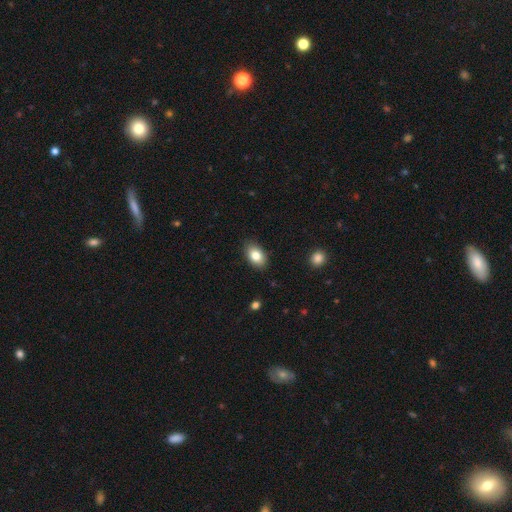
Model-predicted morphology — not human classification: A smooth galaxy with no disk features (82%) that is in between round and cigar-shaped (88%).

Vote fractions:
- Smooth or featured? smooth: 82% / featured or disk: 10% / star or artifact: 8%
- How rounded? in between: 88% / round: 10% / cigar-shaped: 1%
- Merging? none: 87% / minor disturbance: 10% / major disturbance: 2% / merger: 1%